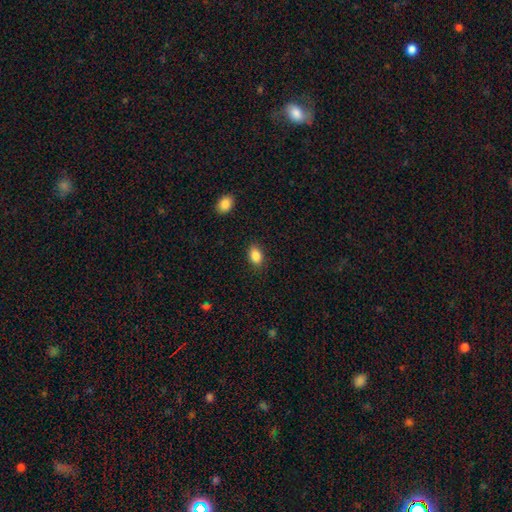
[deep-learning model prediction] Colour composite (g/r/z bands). It shows a smooth galaxy with no disk features (86%) that is in between round and cigar-shaped (83%). Merging: none (85%).